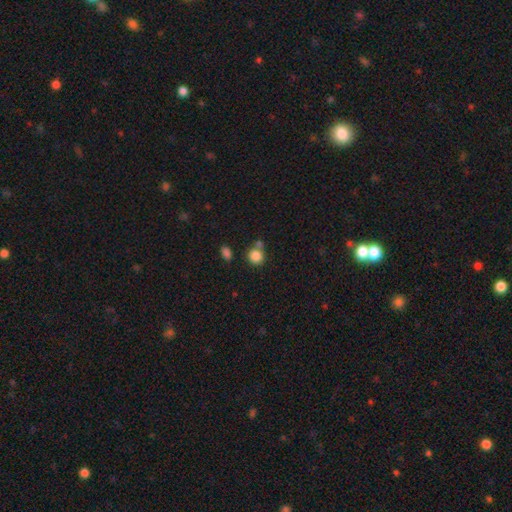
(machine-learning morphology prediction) The model was most divided on "merging": none: 64%, merger: 21%, minor disturbance: 11%, major disturbance: 4%. More confident: smooth or featured — smooth (85%); how rounded — round (84%).